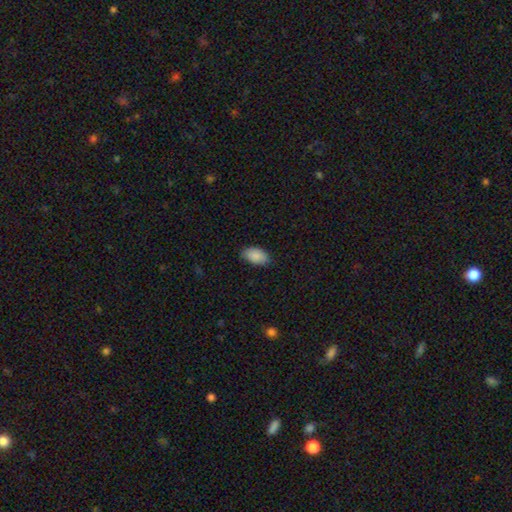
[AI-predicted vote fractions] Smooth or featured? Predicted: smooth (p=0.90). How rounded? Predicted: in between (p=0.95). Merging? Predicted: none (p=0.85).